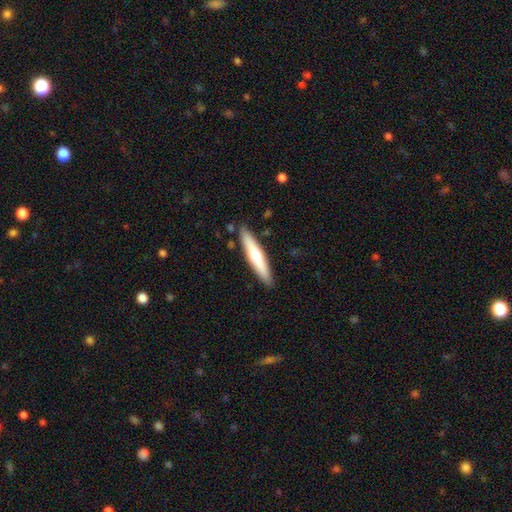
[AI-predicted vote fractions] Smooth or featured? smooth (49%)
Merging? none (88%)